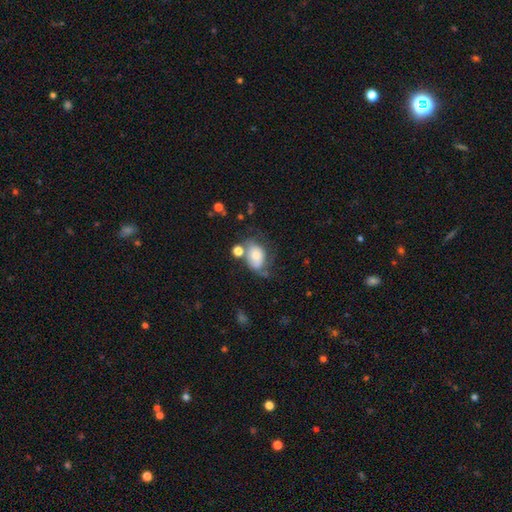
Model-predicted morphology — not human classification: A smooth galaxy with no disk features (65%) that is in between round and cigar-shaped (80%). Merging: none (33%).